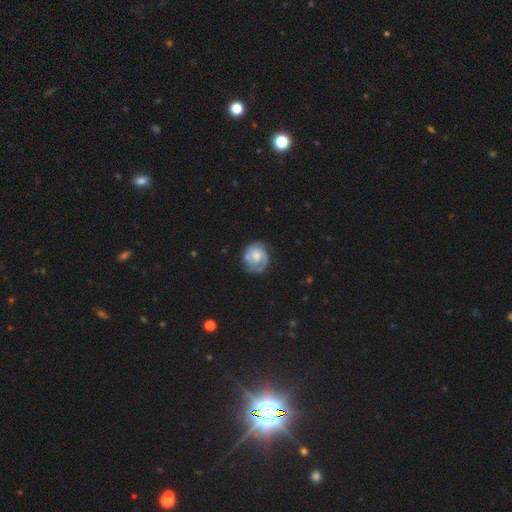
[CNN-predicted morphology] featured or disk 65%, smooth 29%, star or artifact 7%. Down the decision tree: edge-on disk — no (98%); bar — no (73%); spiral arms — yes (84%); spiral arm count — 2 (34%); spiral winding — tight (56%); bulge size — moderate (51%); merging — none (65%).